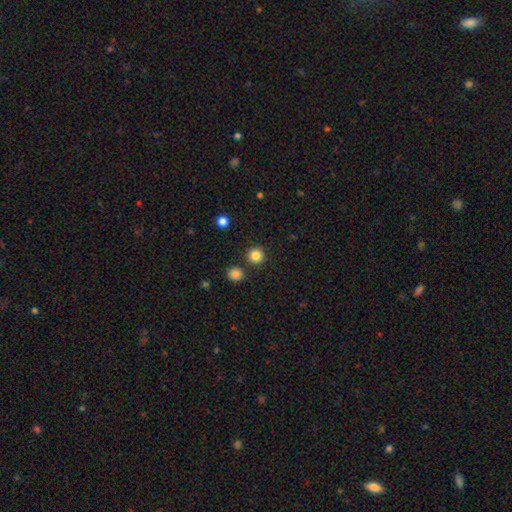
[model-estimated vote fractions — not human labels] Smooth or featured?
  - smooth: 84% *
  - star or artifact: 12%
  - featured or disk: 4%
How rounded?
  - round: 94% *
  - in between: 5%
  - cigar-shaped: 1%
Merging?
  - none: 89% *
  - minor disturbance: 5%
  - merger: 4%
  - major disturbance: 2%